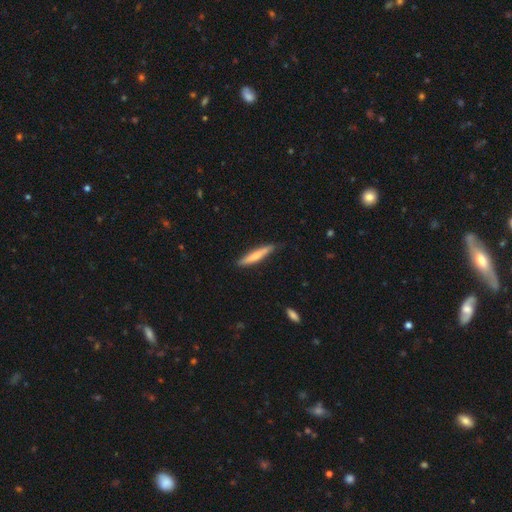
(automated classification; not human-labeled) Morphology: type=smooth (67%); roundness=cigar-shaped (91%); merging=none (78%).